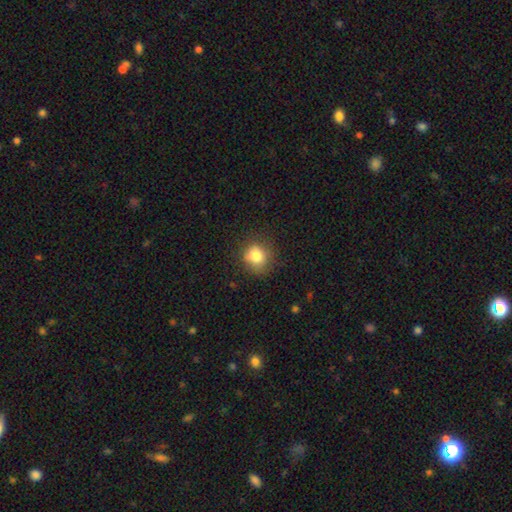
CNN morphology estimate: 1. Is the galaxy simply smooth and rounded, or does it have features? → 81% smooth, 11% star or artifact, 8% featured or disk.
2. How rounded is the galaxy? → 78% round, 22% in between, 1% cigar-shaped.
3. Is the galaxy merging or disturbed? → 78% none, 16% minor disturbance, 4% major disturbance, 1% merger.